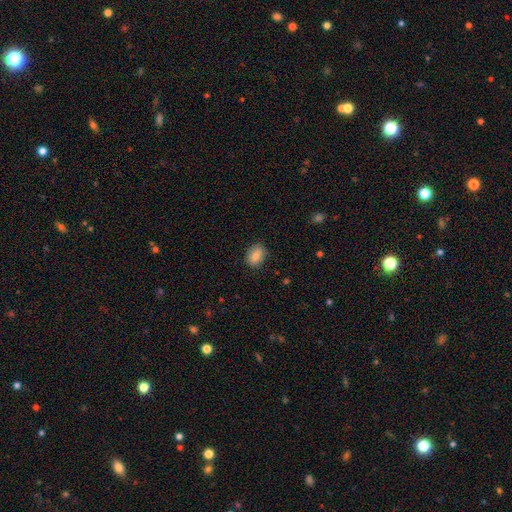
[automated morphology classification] Smooth or featured?
  - smooth: 83% *
  - featured or disk: 9%
  - star or artifact: 8%
How rounded?
  - in between: 69% *
  - round: 29%
  - cigar-shaped: 1%
Merging?
  - none: 86% *
  - minor disturbance: 11%
  - major disturbance: 2%
  - merger: 1%